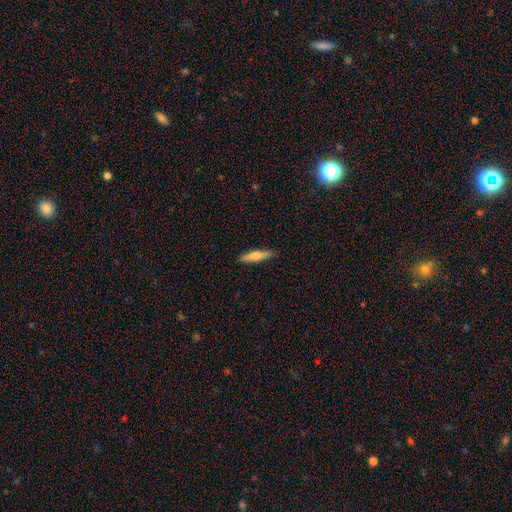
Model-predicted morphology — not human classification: type=smooth (69%); roundness=cigar-shaped (80%); merging=none (89%).